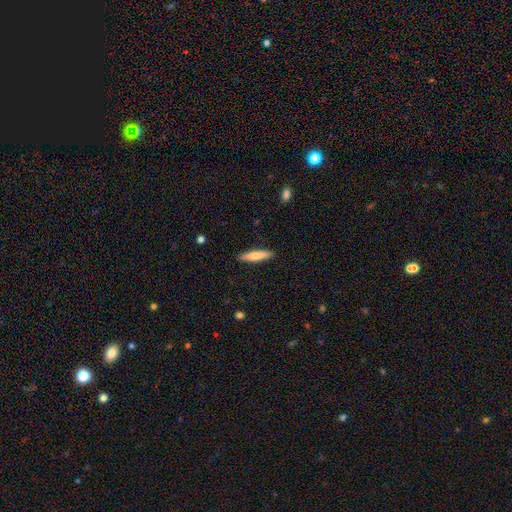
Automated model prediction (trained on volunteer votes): Overall: smooth (71%). How rounded: cigar-shaped (83%). Merging: none (90%).